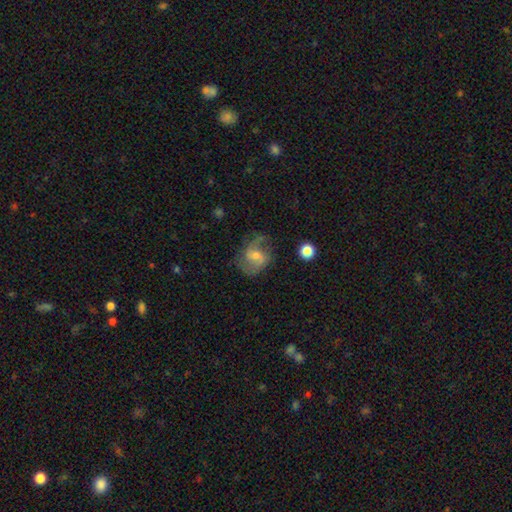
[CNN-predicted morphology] Smooth or featured?
  - featured or disk: 68% *
  - smooth: 24%
  - star or artifact: 8%
Edge-on disk?
  - no: 97% *
  - yes: 3%
Bar?
  - weak: 49% *
  - no: 35%
  - strong: 16%
Spiral arms?
  - yes: 87% *
  - no: 13%
Spiral winding?
  - medium: 43% * (tied)
  - loose: 43% * (tied)
  - tight: 14%
Spiral arm count?
  - 2: 81% *
  - can't tell: 9%
  - 1: 5%
  - 3: 3%
  - 4: 1%
  - more than 4: 1%
Bulge size?
  - small: 47% *
  - moderate: 45%
  - none: 4%
  - large: 3%
  - dominant: 1%
Merging?
  - none: 59% *
  - minor disturbance: 23%
  - major disturbance: 15%
  - merger: 3%